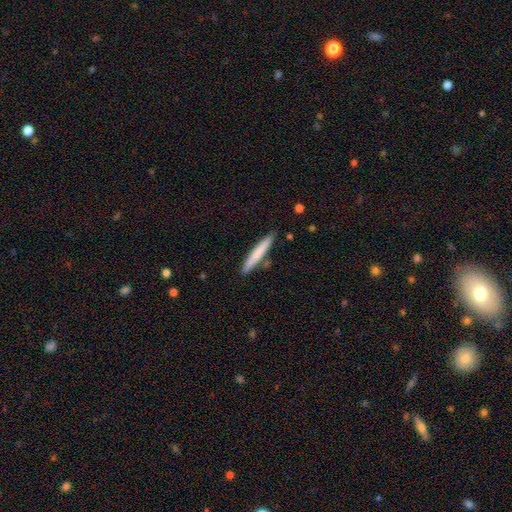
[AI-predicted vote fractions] This appears to be a smooth galaxy with no disk features (68%) that is cigar-shaped (95%). Merging: none (86%).